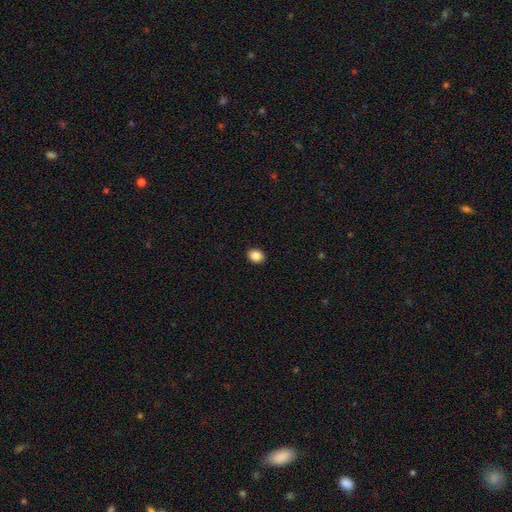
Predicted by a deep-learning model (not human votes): This appears to be a smooth galaxy with no disk features (87%) that is in between round and cigar-shaped (53%). Merging: none (91%).